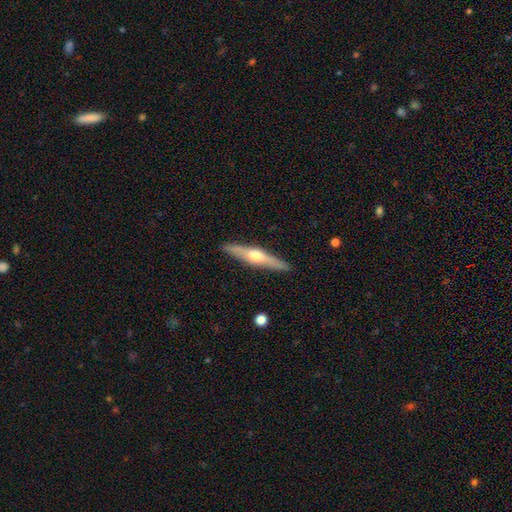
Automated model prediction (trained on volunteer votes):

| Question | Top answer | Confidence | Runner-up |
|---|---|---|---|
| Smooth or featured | featured or disk | 66% | smooth (29%) |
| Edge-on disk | yes | 96% | no (4%) |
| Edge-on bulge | rounded | 92% | boxy (4%) |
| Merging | none | 91% | minor disturbance (7%) |